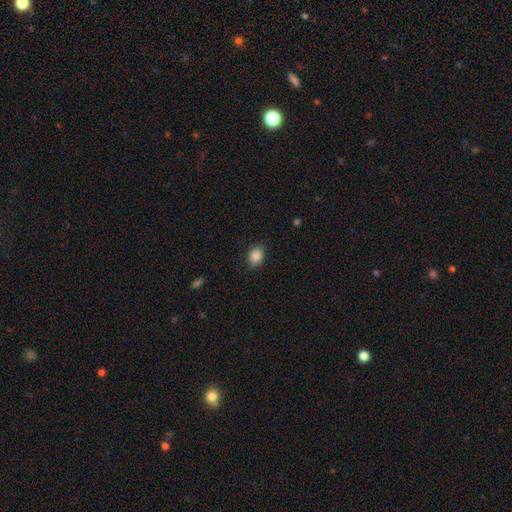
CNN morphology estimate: type=smooth (88%); roundness=in between (75%); merging=none (83%).